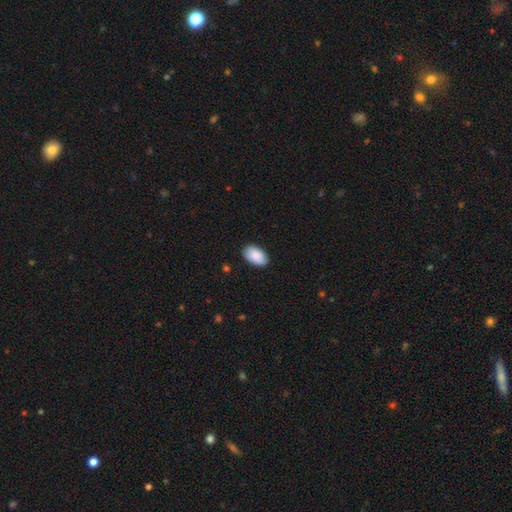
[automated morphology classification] This appears to be a smooth galaxy with no disk features (89%) that is in between round and cigar-shaped (94%). Merging: none (86%).